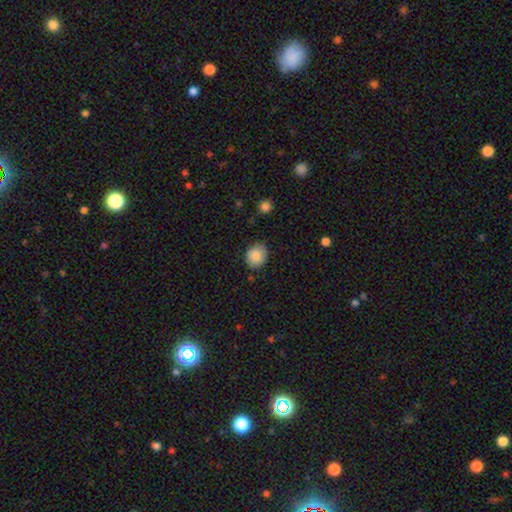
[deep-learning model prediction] Q: Smooth or featured?
A: smooth (87%); runner-up: star or artifact (8%)
Q: How rounded?
A: round (63%); runner-up: in between (37%)
Q: Merging?
A: none (79%); runner-up: minor disturbance (16%)